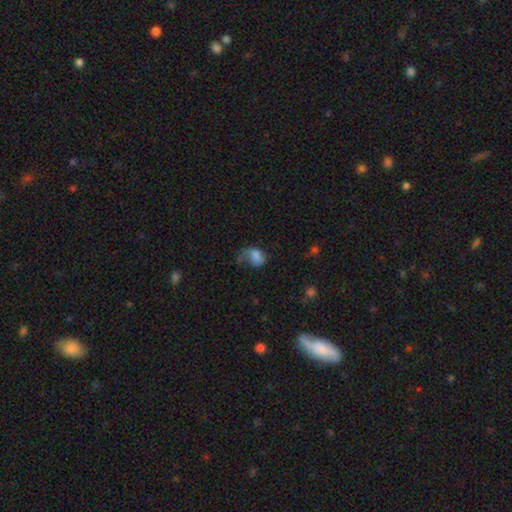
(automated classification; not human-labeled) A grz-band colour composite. It shows a smooth galaxy with no disk features (72%) that is in between round and cigar-shaped (70%). Merging: major disturbance (41%).